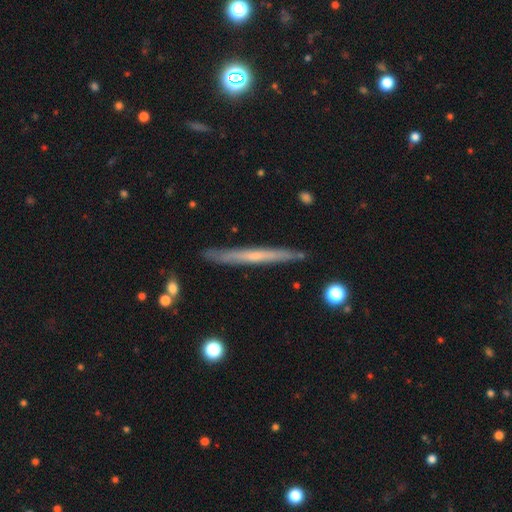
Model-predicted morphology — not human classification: smooth_or_featured: featured or disk (p=0.58) [alt: smooth p=0.36]
disk_edge_on: yes (p=0.96) [alt: no p=0.04]
edge_on_bulge: none (p=0.70) [alt: rounded p=0.26]
merging: none (p=0.89) [alt: minor disturbance p=0.08]